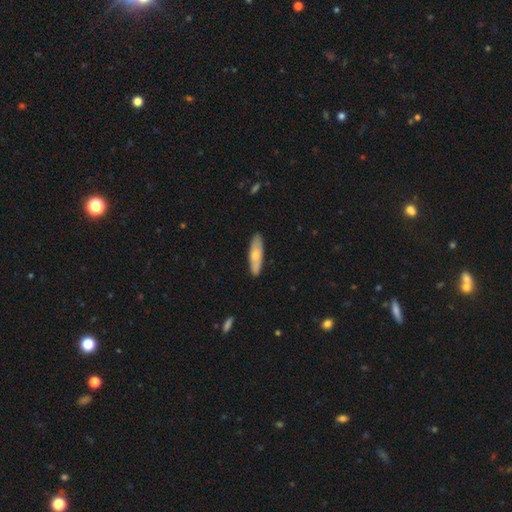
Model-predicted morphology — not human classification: Smooth or featured? smooth (63%)
How rounded? cigar-shaped (58%)
Merging? none (85%)